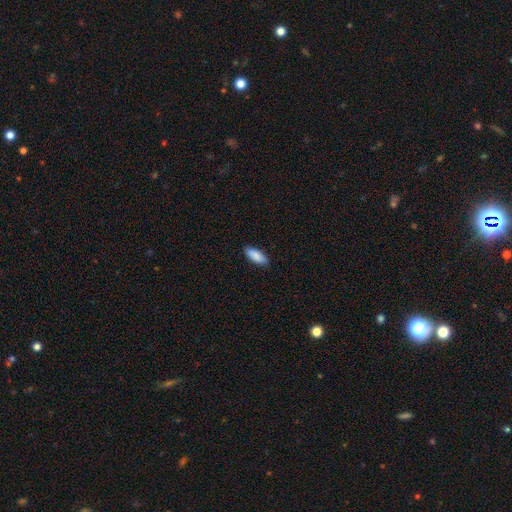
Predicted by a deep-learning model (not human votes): Smooth or featured: smooth — 89% (star or artifact — 6%)
How rounded: in between — 78% (cigar-shaped — 20%)
Merging: none — 88% (minor disturbance — 10%)